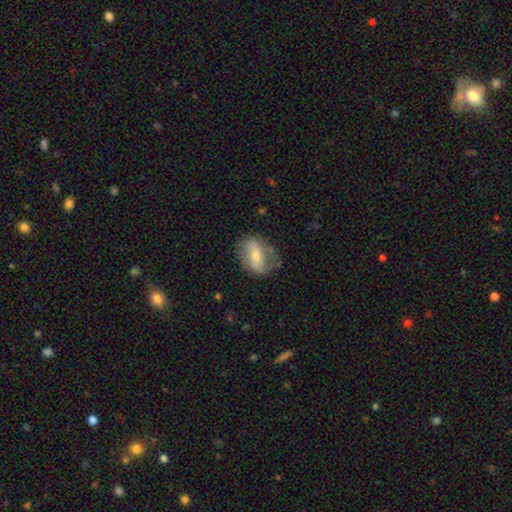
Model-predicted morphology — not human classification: The model was most divided on "smooth or featured": featured or disk: 55%, smooth: 38%, star or artifact: 7%. More confident: edge-on disk — no (90%); merging — none (66%).